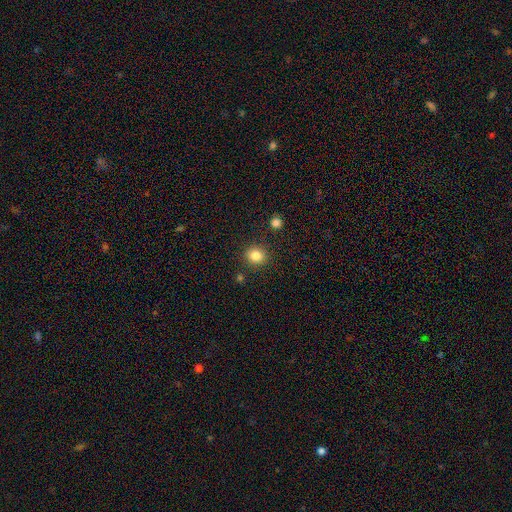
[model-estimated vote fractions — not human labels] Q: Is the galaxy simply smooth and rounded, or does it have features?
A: smooth — 84%.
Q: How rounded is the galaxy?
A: round — 80%.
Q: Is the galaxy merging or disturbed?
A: none — 88%.